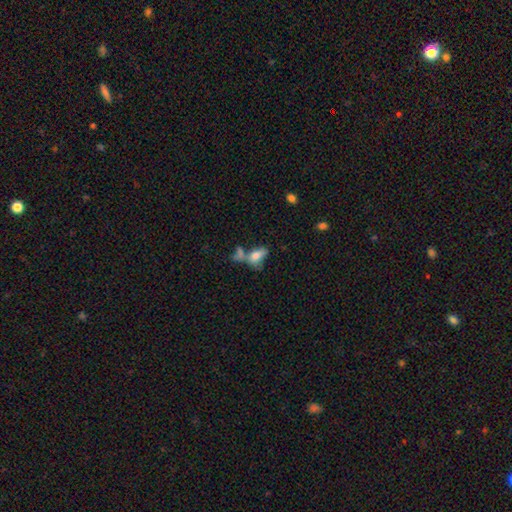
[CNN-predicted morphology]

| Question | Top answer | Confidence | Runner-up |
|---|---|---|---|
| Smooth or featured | smooth | 70% | featured or disk (20%) |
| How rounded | in between | 83% | cigar-shaped (10%) |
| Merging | merger | 38% | none (33%) |